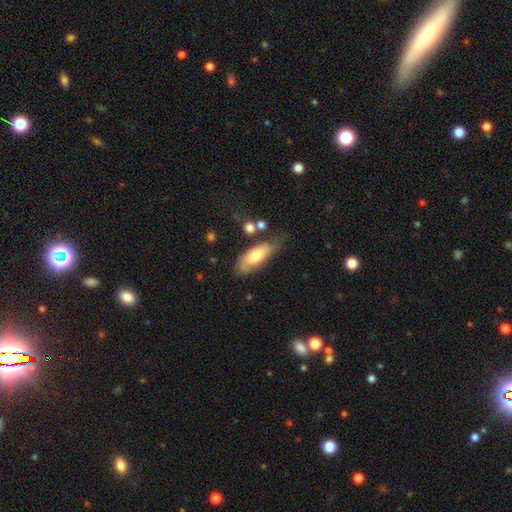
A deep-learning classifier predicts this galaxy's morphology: Smooth or featured? smooth (67%)
How rounded? in between (74%)
Merging? none (51%)